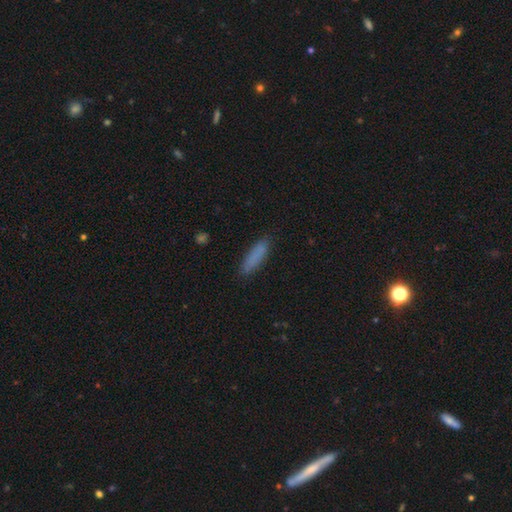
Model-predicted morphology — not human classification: A smooth galaxy with no disk features (85%) that is cigar-shaped (74%).

Vote fractions:
- Smooth or featured? smooth: 85% / featured or disk: 8% / star or artifact: 8%
- How rounded? cigar-shaped: 74% / in between: 25% / round: 2%
- Merging? none: 86% / minor disturbance: 10% / major disturbance: 2% / merger: 1%